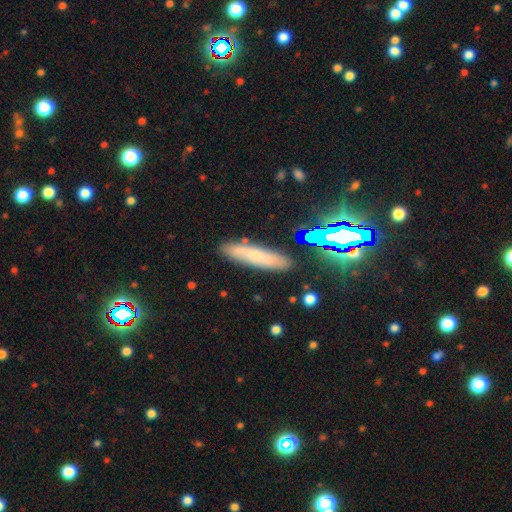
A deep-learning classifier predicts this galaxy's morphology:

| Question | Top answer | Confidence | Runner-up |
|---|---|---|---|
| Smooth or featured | smooth | 52% | featured or disk (28%) |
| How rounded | cigar-shaped | 80% | in between (17%) |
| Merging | none | 85% | minor disturbance (10%) |